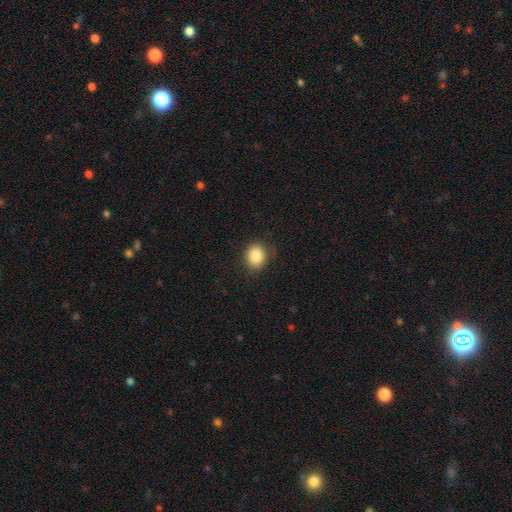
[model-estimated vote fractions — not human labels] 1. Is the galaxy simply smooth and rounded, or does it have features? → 87% smooth, 9% star or artifact, 4% featured or disk.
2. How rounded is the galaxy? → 61% round, 39% in between, 1% cigar-shaped.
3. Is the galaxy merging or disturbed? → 83% none, 12% minor disturbance, 3% major disturbance, 1% merger.